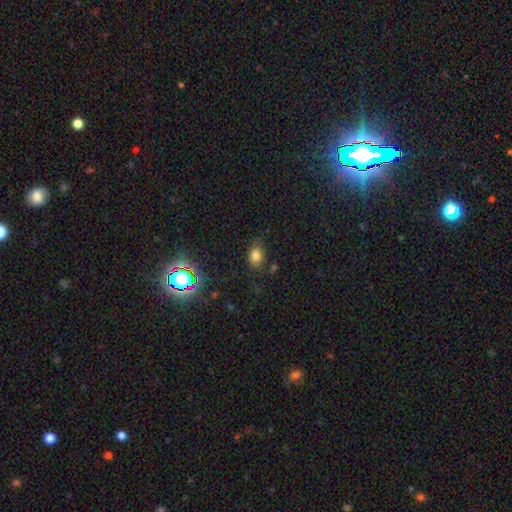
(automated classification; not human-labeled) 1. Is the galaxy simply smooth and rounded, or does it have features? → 76% smooth, 16% star or artifact, 7% featured or disk.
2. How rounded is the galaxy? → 75% in between, 23% round, 2% cigar-shaped.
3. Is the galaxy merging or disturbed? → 73% none, 18% minor disturbance, 6% major disturbance, 3% merger.